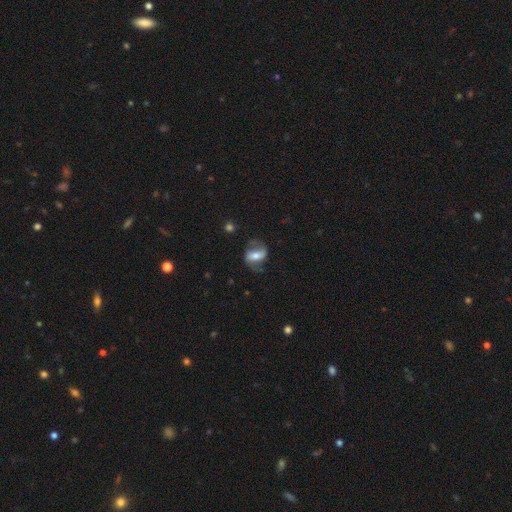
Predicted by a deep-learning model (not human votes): Smooth or featured? featured or disk (63%)
Edge-on disk? no (94%)
Bar? strong (45%)
Spiral arms? yes (82%)
Bulge size? moderate (60%)
Merging? none (64%)